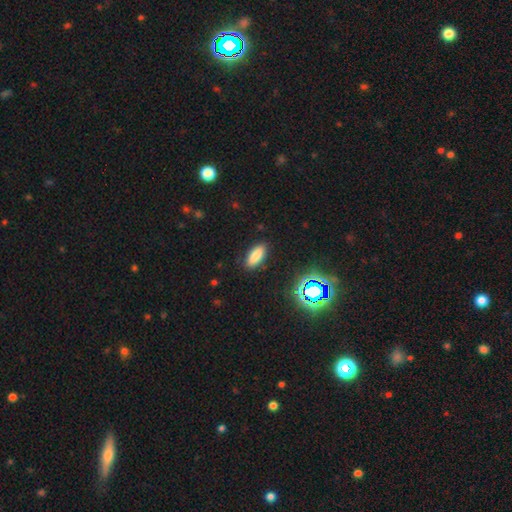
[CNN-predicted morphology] Smooth or featured? Predicted: smooth (p=0.80). How rounded? Predicted: in between (p=0.78). Merging? Predicted: none (p=0.88).